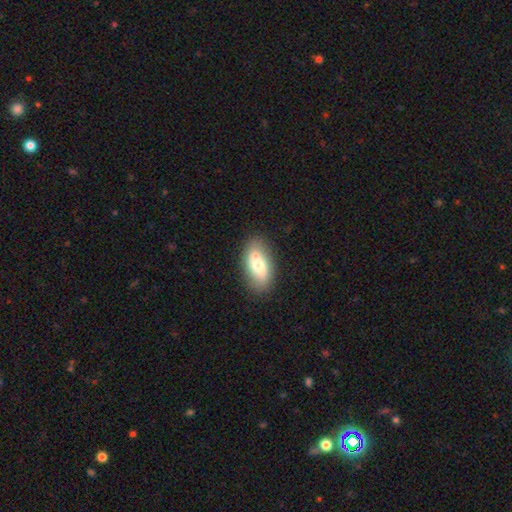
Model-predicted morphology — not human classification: A smooth galaxy with no disk features (61%) that is in between round and cigar-shaped (90%). Merging: none (67%).